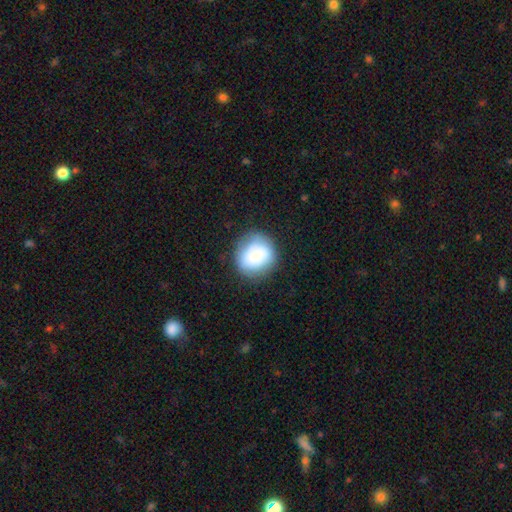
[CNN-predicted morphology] The model was most divided on "smooth or featured": smooth: 68%, featured or disk: 24%, star or artifact: 8%. More confident: how rounded — round (81%); merging — none (72%).